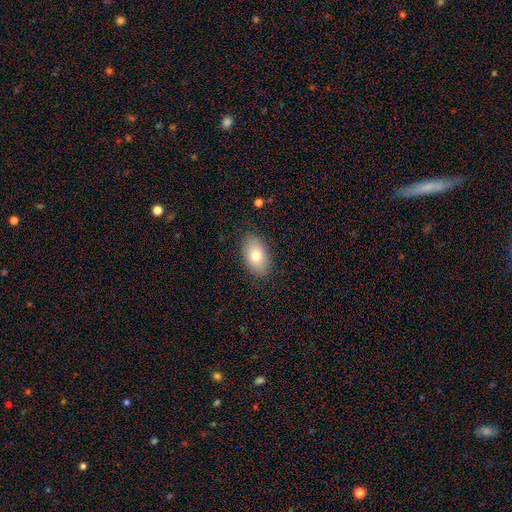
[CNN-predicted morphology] The model was most divided on "smooth or featured": smooth: 78%, featured or disk: 15%, star or artifact: 7%. More confident: how rounded — in between (92%); merging — none (86%).